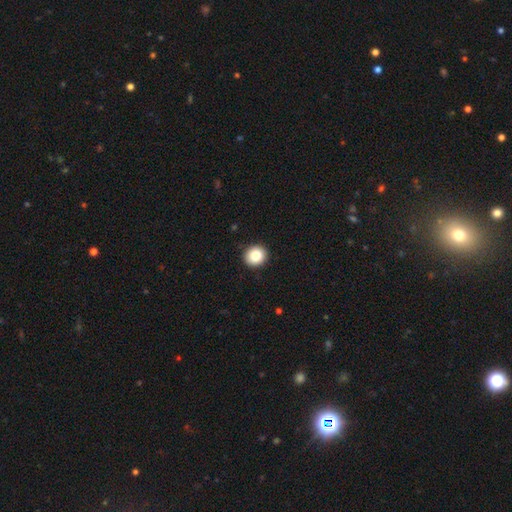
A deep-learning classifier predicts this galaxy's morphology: Smooth or featured? smooth (85%)
How rounded? round (86%)
Merging? none (92%)